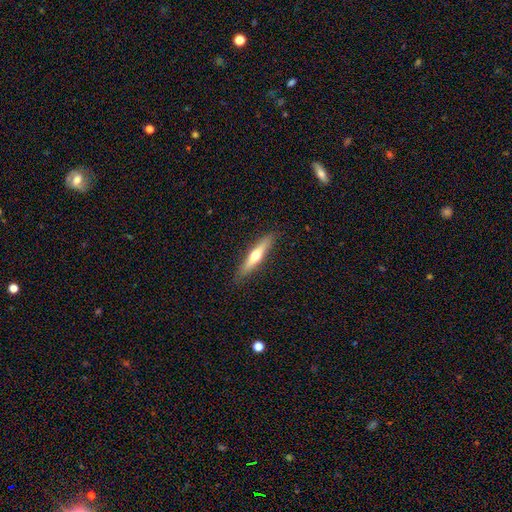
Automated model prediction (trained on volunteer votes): Morphology: type=featured or disk (50%); merging=none (89%).